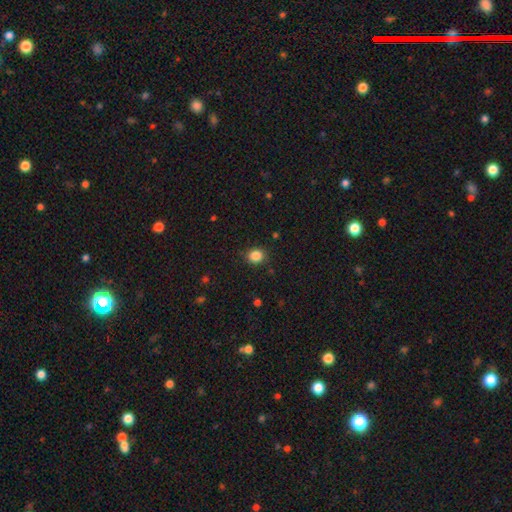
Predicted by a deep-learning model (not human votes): smooth-or-featured: smooth: 85% | star or artifact: 11% | featured or disk: 4%
  how-rounded: round: 77% | in between: 22% | cigar-shaped: 1%
  merging: none: 87% | minor disturbance: 9% | major disturbance: 3% | merger: 1%